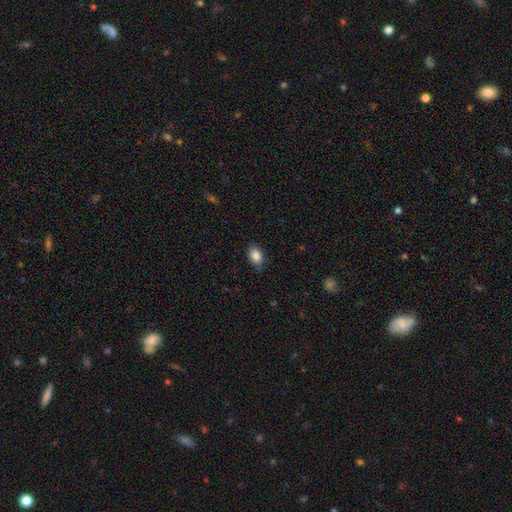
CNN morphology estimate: Smooth or featured: smooth — 87% (star or artifact — 8%)
How rounded: in between — 84% (round — 14%)
Merging: none — 77% (minor disturbance — 18%)